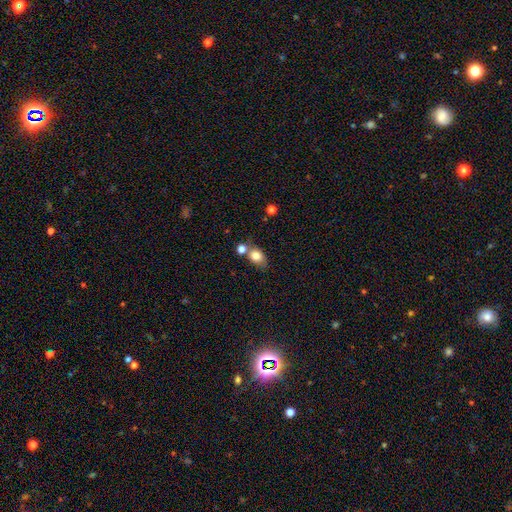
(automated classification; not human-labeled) This is clearly a smooth galaxy (81%). How rounded: likely in between (67%). Merging: possibly none (54%).